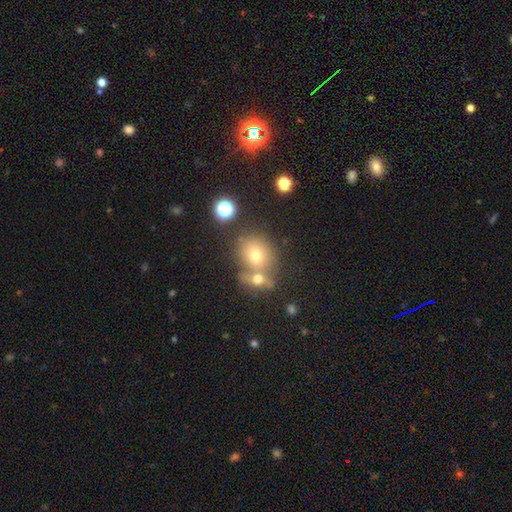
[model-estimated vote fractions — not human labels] Overall: smooth (66%). How rounded: round (72%). Merging: none (50%; merger 36%).